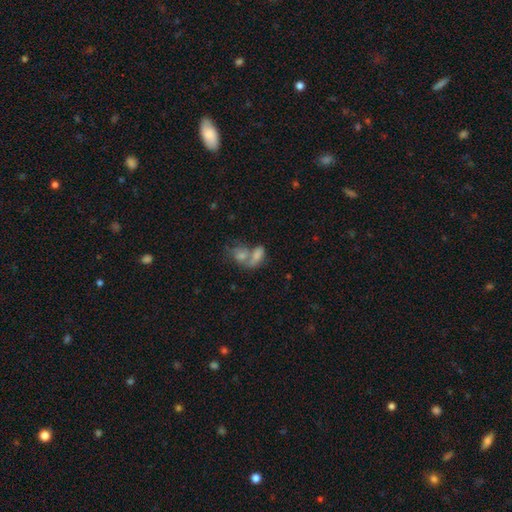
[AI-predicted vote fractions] Q: Smooth or featured?
A: smooth (73%); runner-up: featured or disk (17%)
Q: How rounded?
A: in between (83%); runner-up: round (12%)
Q: Merging?
A: merger (67%); runner-up: none (19%)